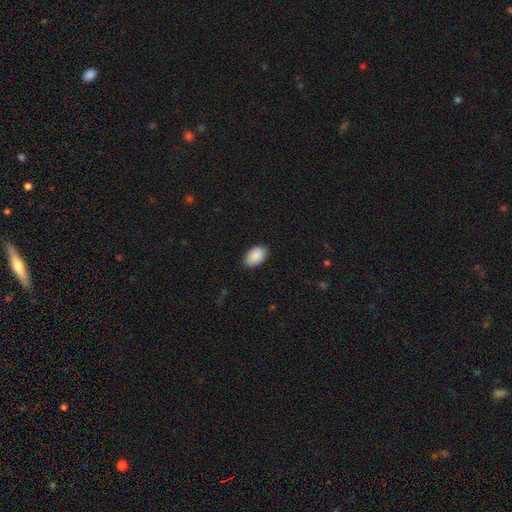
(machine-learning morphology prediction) Smooth or featured? smooth (90%)
How rounded? in between (93%)
Merging? none (88%)